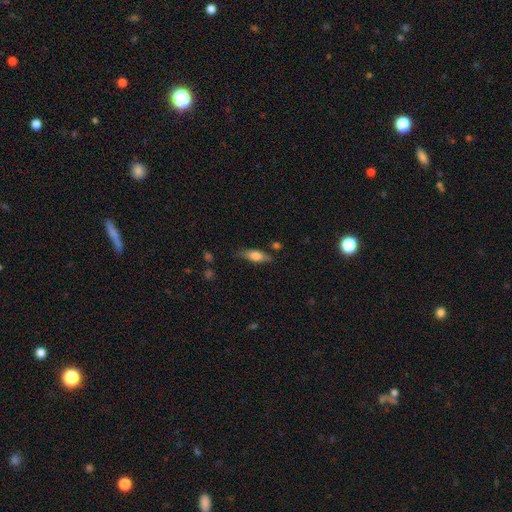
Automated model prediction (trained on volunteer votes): Smooth or featured: smooth — 61% (featured or disk — 32%)
How rounded: in between — 58% (cigar-shaped — 39%)
Merging: none — 75% (minor disturbance — 18%)